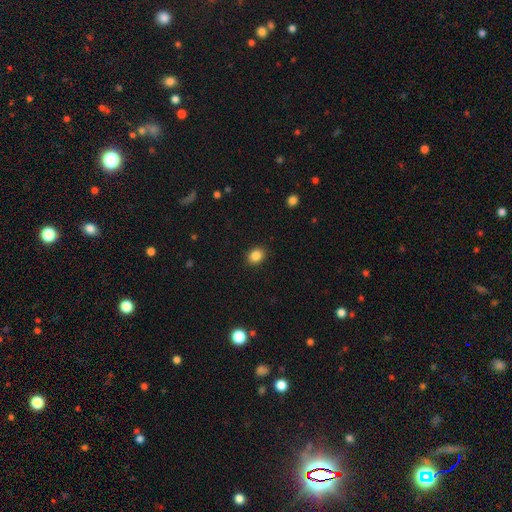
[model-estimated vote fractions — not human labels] Smooth or featured? Predicted: smooth (p=0.86). How rounded? Predicted: round (p=0.52). Merging? Predicted: none (p=0.90).